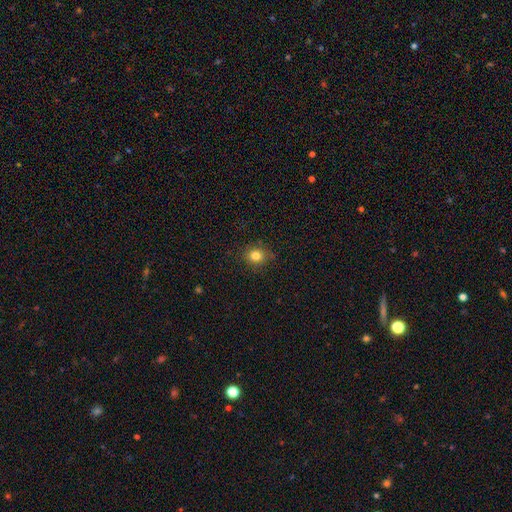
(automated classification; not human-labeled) A smooth galaxy with no disk features (81%) that is round (74%). Merging: none (86%).